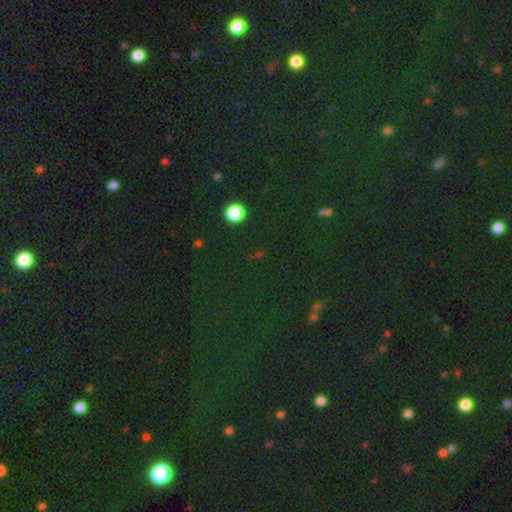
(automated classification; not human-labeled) Smooth or featured? star or artifact (78%)